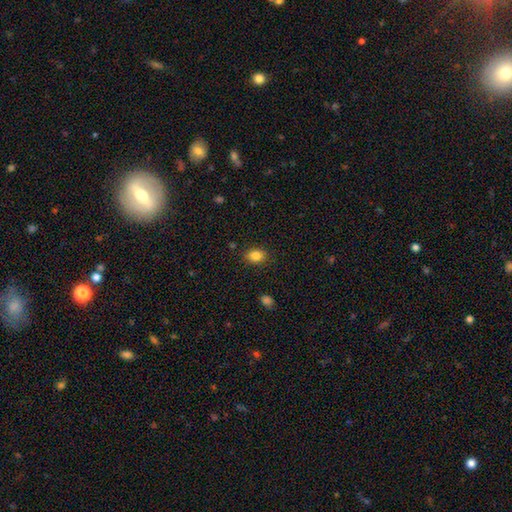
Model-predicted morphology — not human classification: This is clearly a smooth galaxy (84%). How rounded: likely in between (62%). Merging: clearly none (87%).